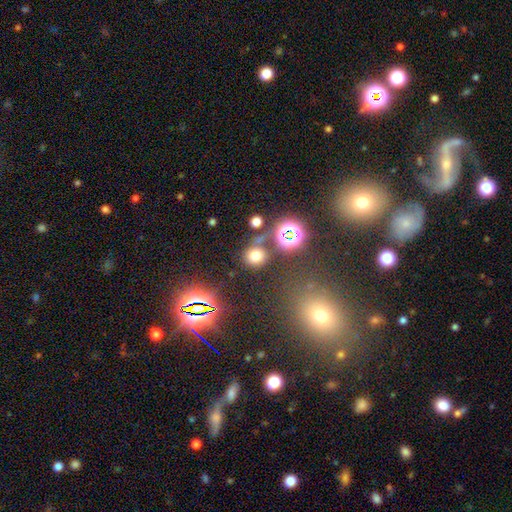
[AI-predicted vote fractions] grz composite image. It shows a smooth galaxy with no disk features (67%) that is round (84%). Merging: none (68%).